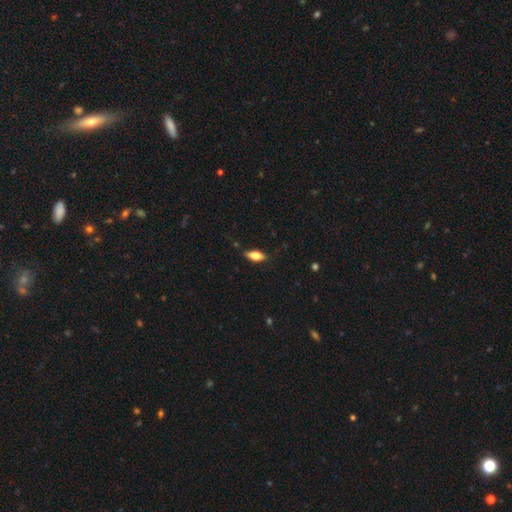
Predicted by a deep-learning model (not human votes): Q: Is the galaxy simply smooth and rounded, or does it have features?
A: smooth — 66%.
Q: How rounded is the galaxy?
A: in between — 77%.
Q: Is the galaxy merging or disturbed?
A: none — 81%.